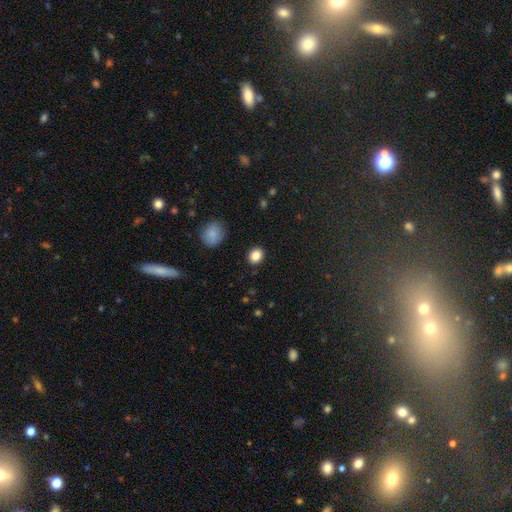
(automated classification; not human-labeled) Smooth or featured: smooth — 86% (star or artifact — 10%)
How rounded: round — 71% (in between — 28%)
Merging: none — 90% (minor disturbance — 6%)